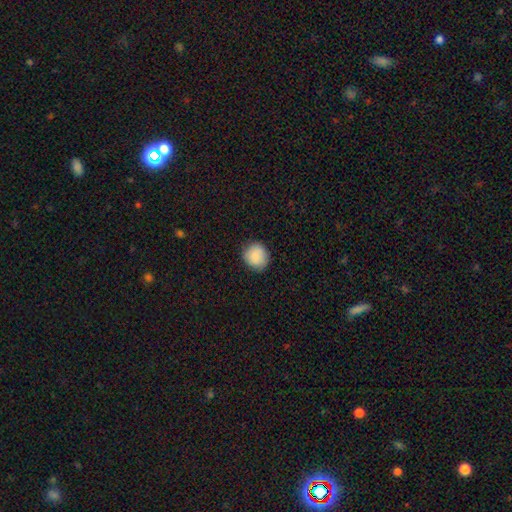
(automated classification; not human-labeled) This is clearly a smooth galaxy (88%). How rounded: clearly round (86%). Merging: clearly none (86%).